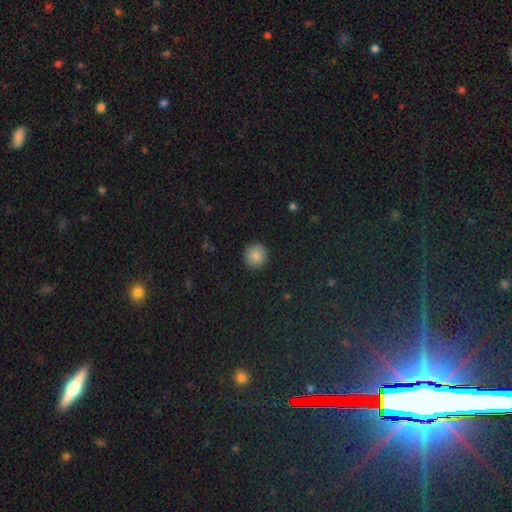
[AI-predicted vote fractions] smooth-or-featured: smooth: 87% | star or artifact: 8% | featured or disk: 5%
  how-rounded: round: 93% | in between: 6% | cigar-shaped: 1%
  merging: none: 90% | minor disturbance: 7% | major disturbance: 2% | merger: 1%